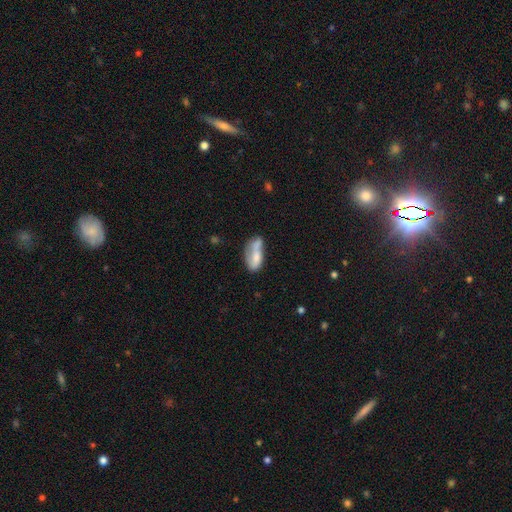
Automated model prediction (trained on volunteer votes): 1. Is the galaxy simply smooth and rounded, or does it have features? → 63% smooth, 29% featured or disk, 8% star or artifact.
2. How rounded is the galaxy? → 79% in between, 18% cigar-shaped, 3% round.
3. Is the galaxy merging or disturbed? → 30% none, 28% merger, 25% minor disturbance, 17% major disturbance.